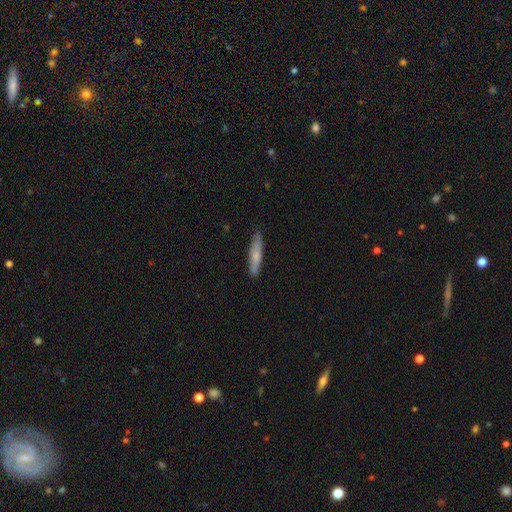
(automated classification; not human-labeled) This is likely a smooth galaxy (65%). How rounded: clearly cigar-shaped (88%). Merging: clearly none (87%).